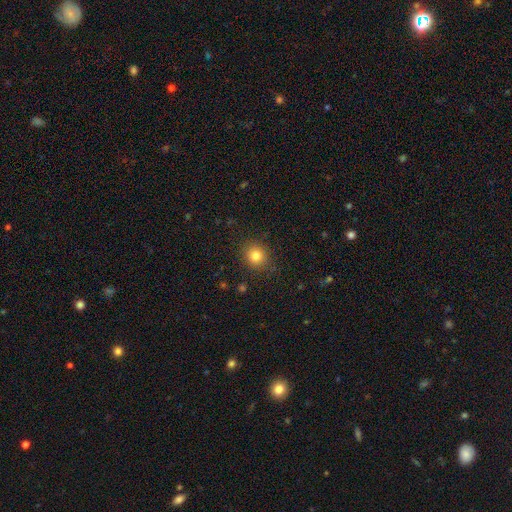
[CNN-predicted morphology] This is clearly a smooth galaxy (82%). How rounded: clearly round (81%). Merging: clearly none (87%).